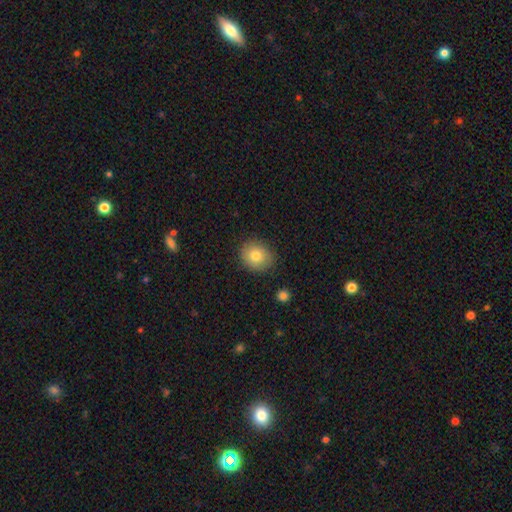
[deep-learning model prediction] smooth_or_featured: smooth (p=0.78) [alt: featured or disk p=0.13]
how_rounded: round (p=0.73) [alt: in between p=0.26]
merging: none (p=0.85) [alt: minor disturbance p=0.11]